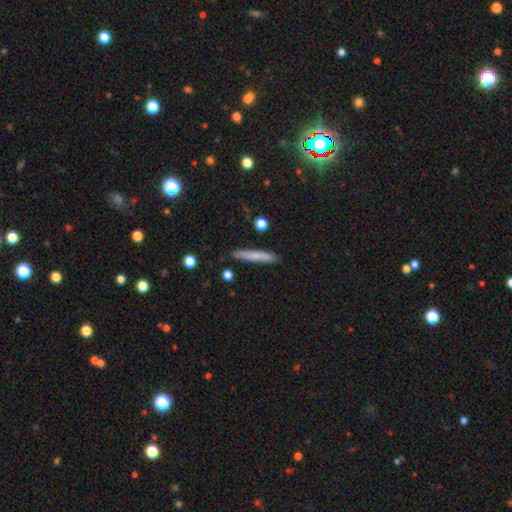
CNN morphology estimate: type=smooth (74%); roundness=cigar-shaped (94%); merging=none (87%).